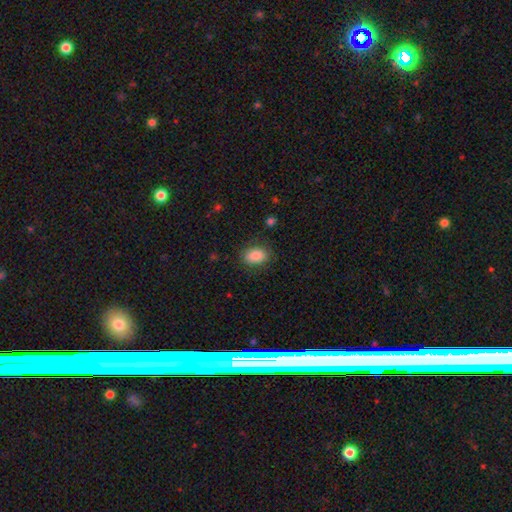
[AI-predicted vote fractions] Q: Smooth or featured?
A: smooth (85%); runner-up: star or artifact (8%)
Q: How rounded?
A: in between (82%); runner-up: round (17%)
Q: Merging?
A: none (80%); runner-up: minor disturbance (15%)